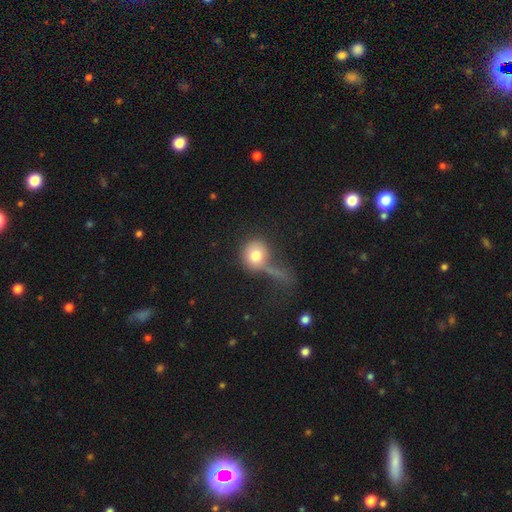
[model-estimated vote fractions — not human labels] This appears to be a smooth galaxy with no disk features (75%) that is round (81%). Merging: major disturbance (45%).